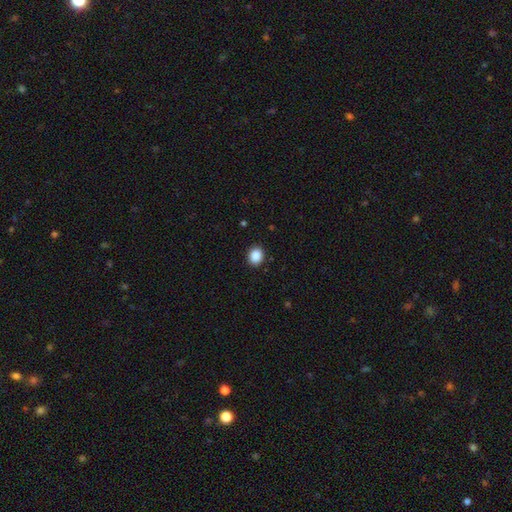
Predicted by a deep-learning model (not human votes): Overall: smooth (88%). How rounded: round (60%; in between 39%). Merging: none (91%).